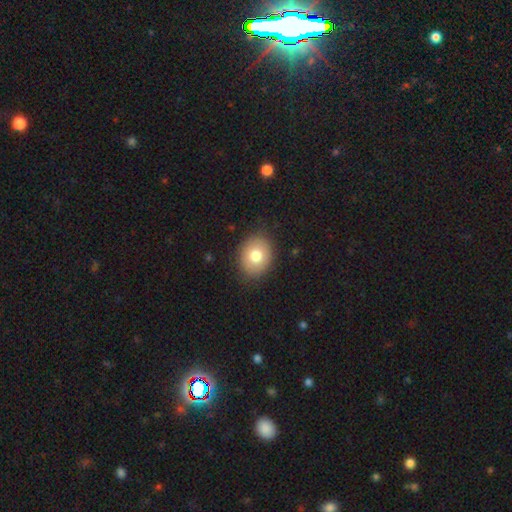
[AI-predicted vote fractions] This appears to be a smooth galaxy with no disk features (77%) that is in between round and cigar-shaped (50%). Merging: none (87%).